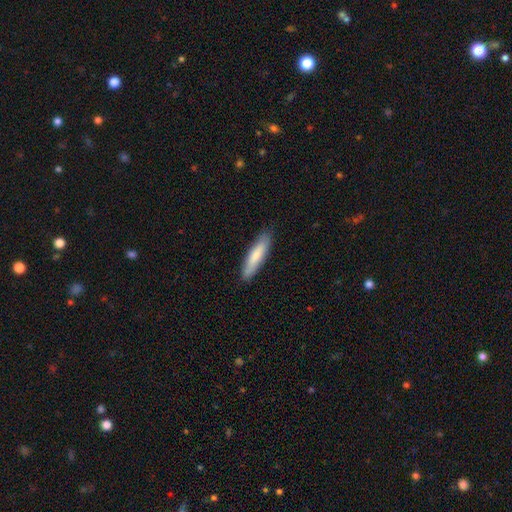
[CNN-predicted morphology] smooth-or-featured: smooth: 79% | featured or disk: 16% | star or artifact: 5%
  how-rounded: cigar-shaped: 79% | in between: 20% | round: 1%
  merging: none: 86% | minor disturbance: 11% | major disturbance: 2% | merger: 1%